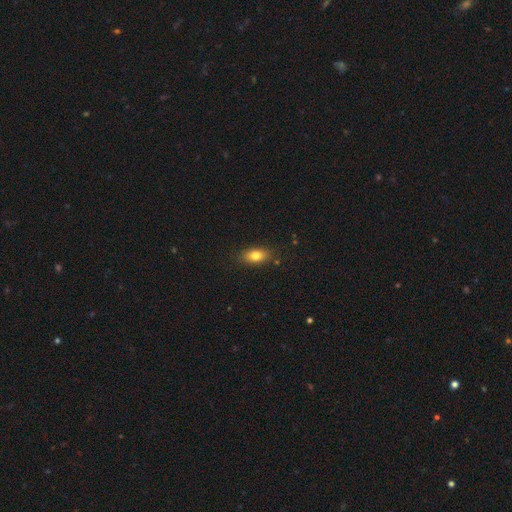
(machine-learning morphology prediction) smooth 79%, featured or disk 12%, star or artifact 9%. Down the decision tree: how rounded — in between (83%); merging — none (84%).